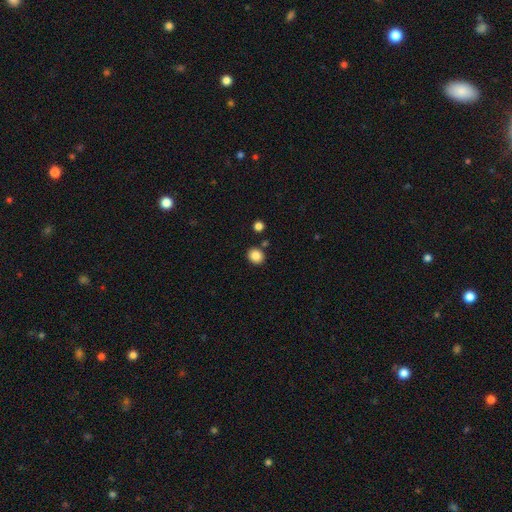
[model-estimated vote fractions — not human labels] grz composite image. It shows a smooth galaxy with no disk features (86%) that is round (74%). Merging: none (85%).